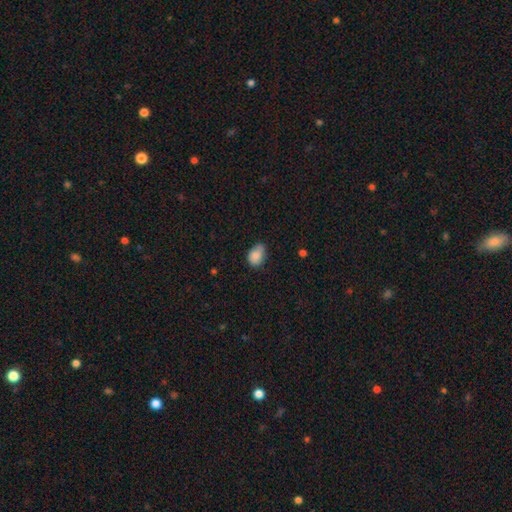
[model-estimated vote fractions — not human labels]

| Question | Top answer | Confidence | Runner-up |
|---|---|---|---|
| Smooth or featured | smooth | 79% | featured or disk (13%) |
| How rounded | in between | 73% | round (26%) |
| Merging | none | 54% | minor disturbance (36%) |